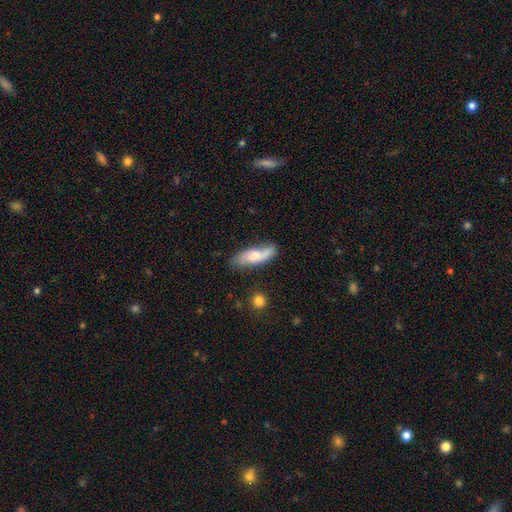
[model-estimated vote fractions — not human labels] Morphology: type=smooth (63%); roundness=in between (57%); merging=none (62%).